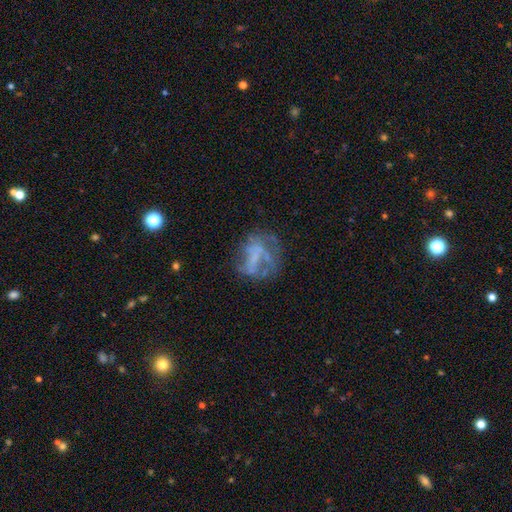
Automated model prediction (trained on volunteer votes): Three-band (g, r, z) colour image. It shows a featured or disk galaxy (60%) with no bar (71%), no spiral arms (71%) and no central bulge (71%). Merging: none (45%).